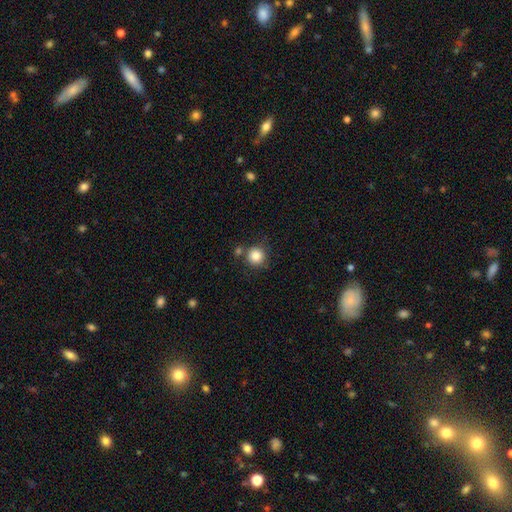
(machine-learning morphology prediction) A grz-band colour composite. It shows a smooth galaxy with no disk features (85%) that is round (94%). Merging: none (76%).